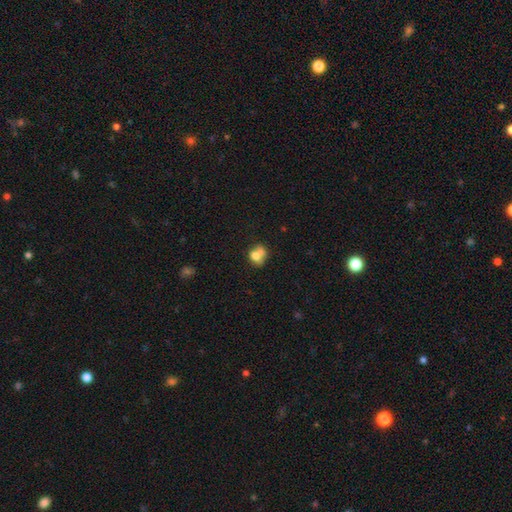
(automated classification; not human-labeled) Smooth or featured: smooth — 69% (featured or disk — 21%)
How rounded: round — 58% (in between — 41%)
Merging: merger — 53% (none — 29%)